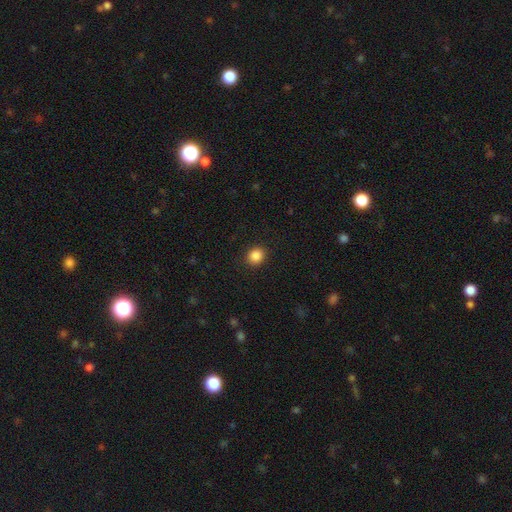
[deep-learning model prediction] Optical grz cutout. It shows a smooth galaxy with no disk features (87%) that is round (77%). Merging: none (91%).